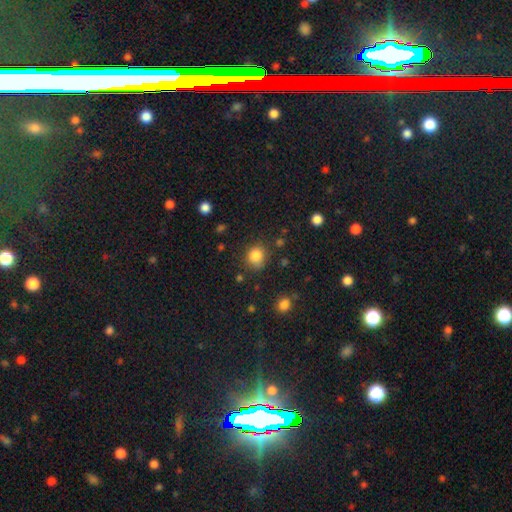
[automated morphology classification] smooth_or_featured: smooth (p=0.84) [alt: star or artifact p=0.11]
how_rounded: round (p=0.80) [alt: in between p=0.19]
merging: none (p=0.76) [alt: minor disturbance p=0.16]